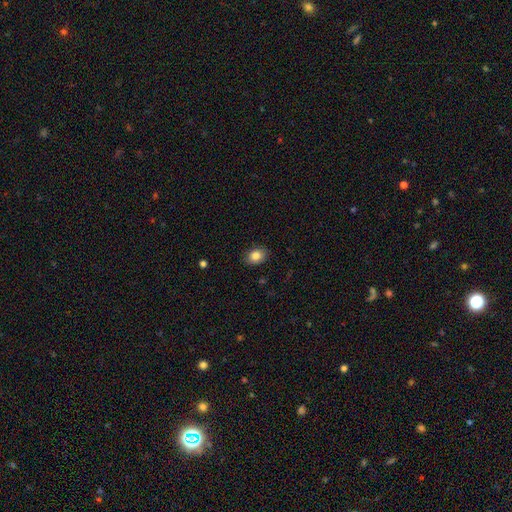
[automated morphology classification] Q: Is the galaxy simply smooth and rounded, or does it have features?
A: smooth — 85%.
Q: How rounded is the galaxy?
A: in between — 69%.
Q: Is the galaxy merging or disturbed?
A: none — 87%.